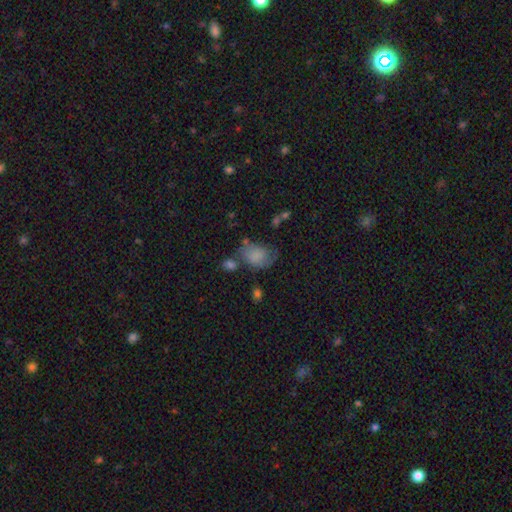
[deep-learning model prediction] Smooth or featured? smooth (68%)
How rounded? in between (74%)
Merging? none (40%)